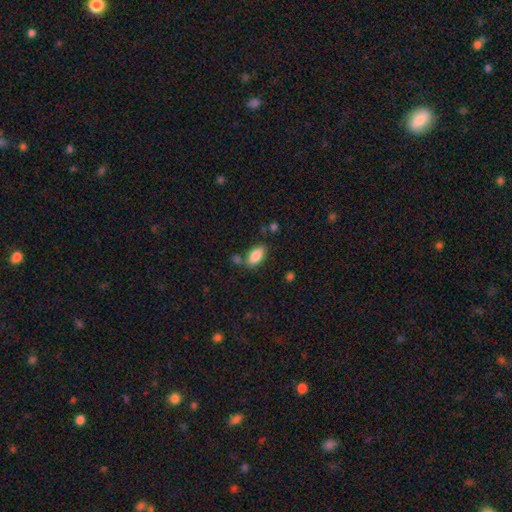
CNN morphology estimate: smooth_or_featured: smooth (p=0.86) [alt: star or artifact p=0.07]
how_rounded: in between (p=0.92) [alt: cigar-shaped p=0.05]
merging: none (p=0.73) [alt: minor disturbance p=0.14]